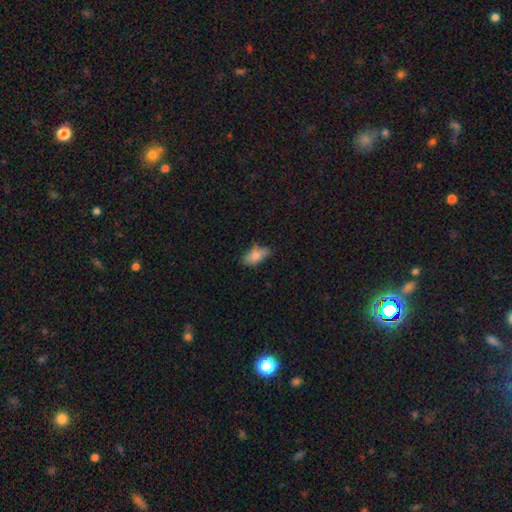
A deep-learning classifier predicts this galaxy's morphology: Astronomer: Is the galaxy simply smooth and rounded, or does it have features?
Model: smooth — 73%.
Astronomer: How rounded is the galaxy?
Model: in between — 87%.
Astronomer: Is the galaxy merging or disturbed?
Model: none — 58%.